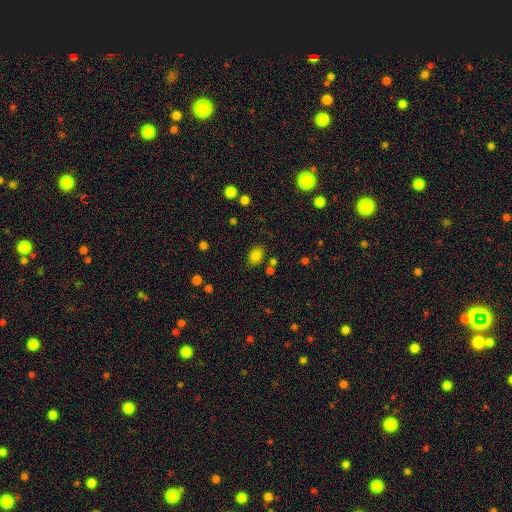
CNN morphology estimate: type=smooth (82%); roundness=in between (79%); merging=none (78%).